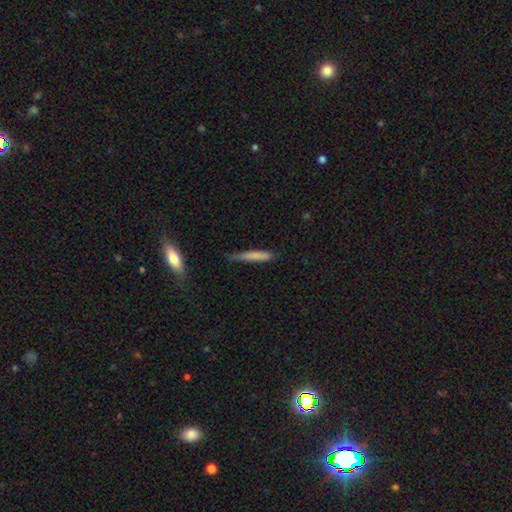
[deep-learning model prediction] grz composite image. It shows a smooth galaxy with no disk features (75%) that is cigar-shaped (92%). Merging: none (68%).